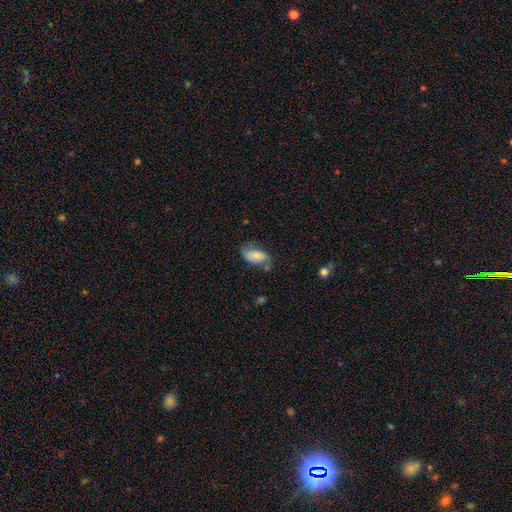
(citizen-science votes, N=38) Volunteers were most divided on "merging": none: 47%, minor disturbance: 33%, merger: 11%, major disturbance: 8%. More confident: how rounded — in between (95%); smooth or featured — smooth (58%).